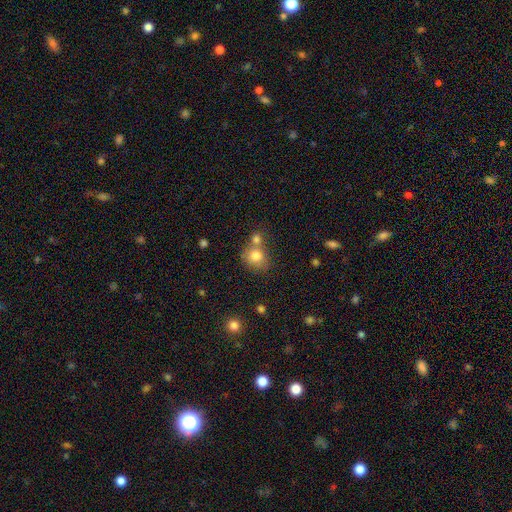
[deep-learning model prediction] This is clearly a smooth galaxy (80%). How rounded: likely round (72%). Merging: possibly none (46%).